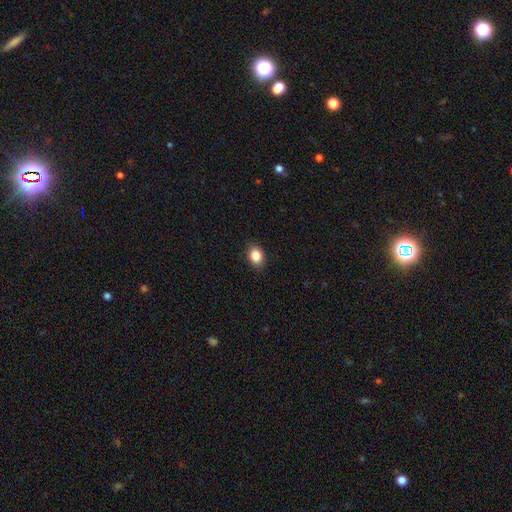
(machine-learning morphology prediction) Smooth or featured? smooth (86%)
How rounded? in between (64%)
Merging? none (88%)